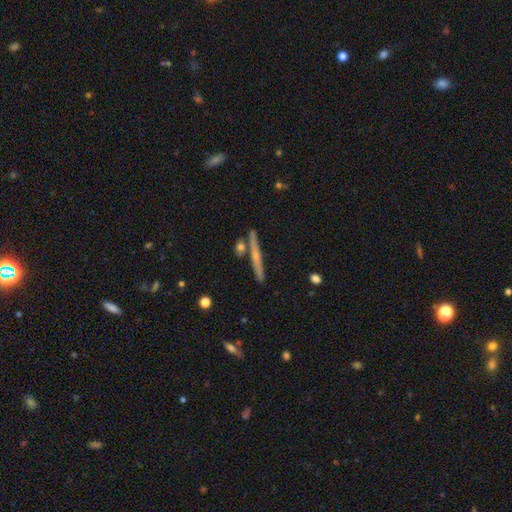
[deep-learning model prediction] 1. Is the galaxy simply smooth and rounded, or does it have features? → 57% featured or disk, 37% smooth, 7% star or artifact.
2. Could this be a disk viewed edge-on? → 97% yes, 3% no.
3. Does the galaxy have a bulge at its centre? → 48% none, 46% rounded, 6% boxy.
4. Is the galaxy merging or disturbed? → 85% none, 8% minor disturbance, 6% merger, 2% major disturbance.